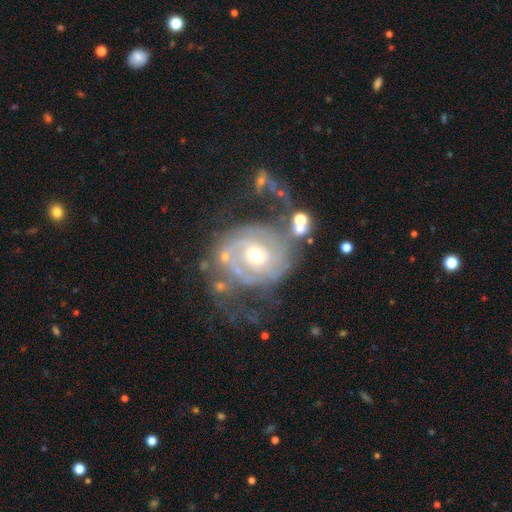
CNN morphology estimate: smooth_or_featured: featured or disk (p=0.87) [alt: smooth p=0.07]
disk_edge_on: no (p=0.97) [alt: yes p=0.03]
bar: no (p=0.64) [alt: weak p=0.27]
has_spiral_arms: yes (p=0.92) [alt: no p=0.08]
spiral_winding: tight (p=0.58) [alt: medium p=0.30]
spiral_arm_count: 2 (p=0.54) [alt: can't tell p=0.23]
bulge_size: moderate (p=0.53) [alt: small p=0.43]
merging: none (p=0.43) [alt: major disturbance p=0.27]